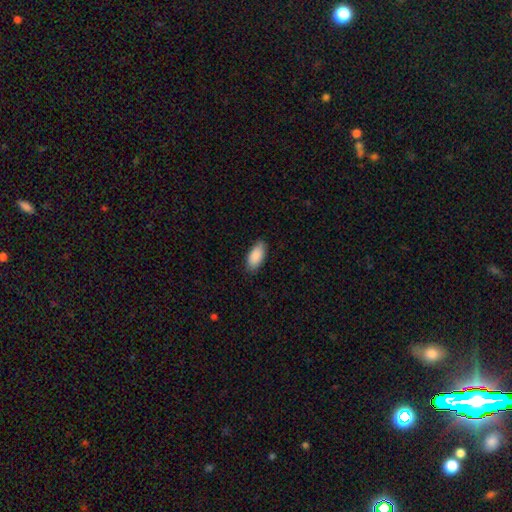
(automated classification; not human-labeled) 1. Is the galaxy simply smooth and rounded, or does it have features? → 90% smooth, 5% star or artifact, 5% featured or disk.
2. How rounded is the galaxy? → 92% in between, 6% cigar-shaped, 2% round.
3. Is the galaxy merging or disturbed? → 85% none, 12% minor disturbance, 2% major disturbance, 1% merger.